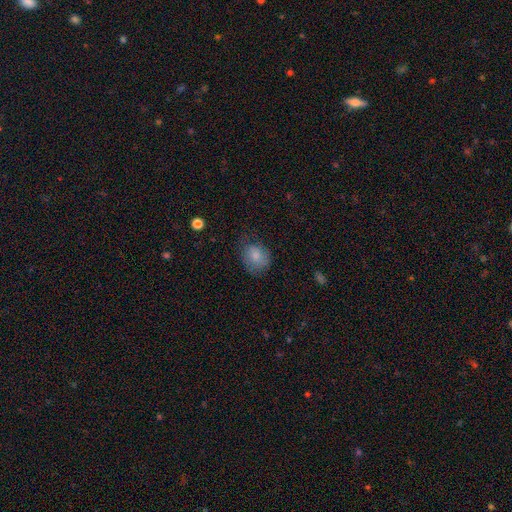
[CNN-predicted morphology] smooth-or-featured: smooth: 80% | featured or disk: 12% | star or artifact: 8%
  how-rounded: round: 57% | in between: 42% | cigar-shaped: 1%
  merging: none: 60% | minor disturbance: 28% | major disturbance: 11% | merger: 1%